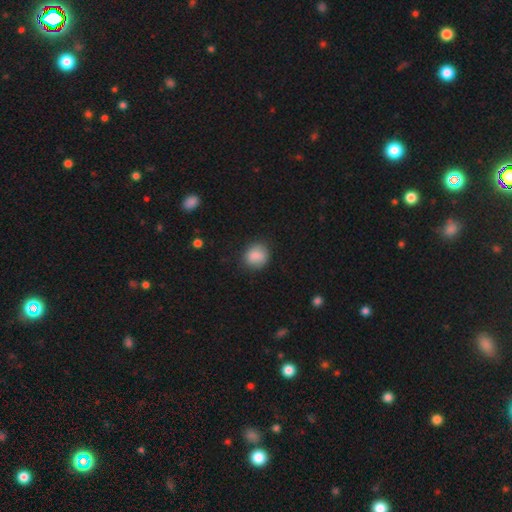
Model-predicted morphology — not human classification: A smooth galaxy with no disk features (86%) that is round (79%). Merging: none (83%).